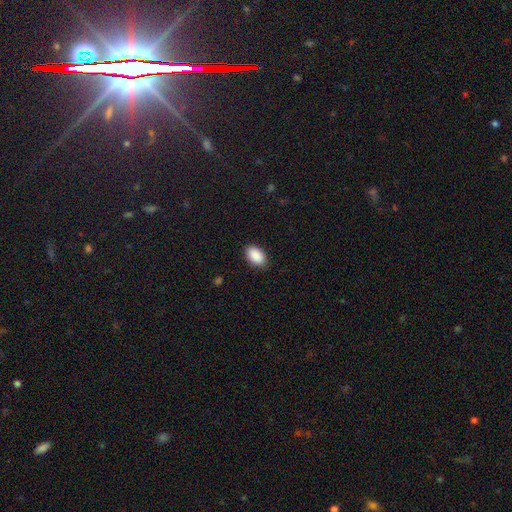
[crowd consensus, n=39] smooth_or_featured: smooth (p=0.95) [alt: star or artifact p=0.05]
how_rounded: in between (p=0.97) [alt: cigar-shaped p=0.03]
merging: none (p=0.95) [alt: minor disturbance p=0.05]